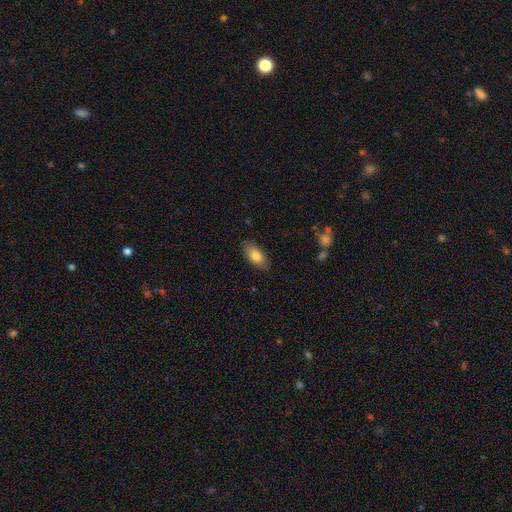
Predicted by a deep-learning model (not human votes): A smooth galaxy with no disk features (80%) that is in between round and cigar-shaped (90%).

Vote fractions:
- Smooth or featured? smooth: 80% / featured or disk: 13% / star or artifact: 7%
- How rounded? in between: 90% / cigar-shaped: 7% / round: 4%
- Merging? none: 86% / minor disturbance: 10% / major disturbance: 2% / merger: 1%